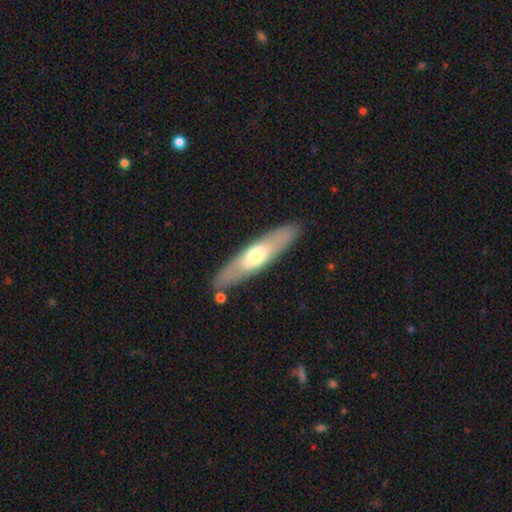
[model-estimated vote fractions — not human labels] Morphology: type=smooth (48%); merging=none (85%).